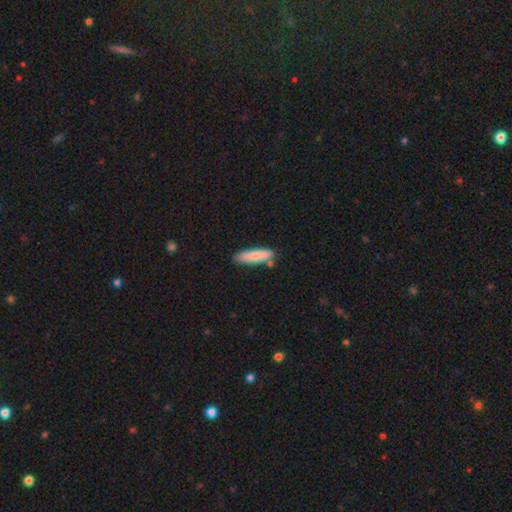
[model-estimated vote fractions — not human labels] smooth-or-featured: smooth: 83% | featured or disk: 11% | star or artifact: 6%
  how-rounded: cigar-shaped: 72% | in between: 26% | round: 1%
  merging: none: 82% | minor disturbance: 12% | merger: 4% | major disturbance: 2%